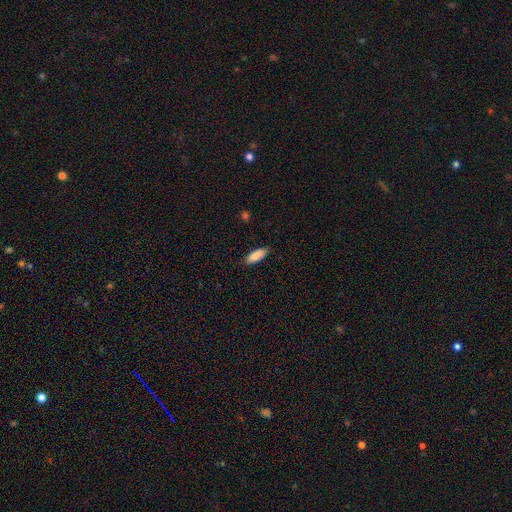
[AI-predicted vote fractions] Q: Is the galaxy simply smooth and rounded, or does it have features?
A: smooth — 89%.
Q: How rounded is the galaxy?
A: in between — 71%.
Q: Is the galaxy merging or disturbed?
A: none — 86%.